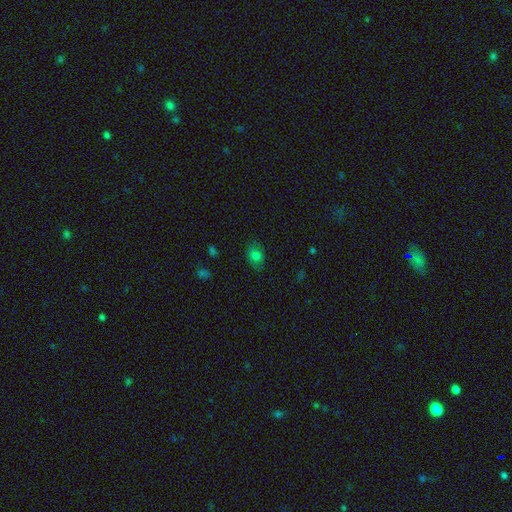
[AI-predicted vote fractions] Smooth or featured: smooth — 76% (star or artifact — 14%)
How rounded: in between — 71% (round — 28%)
Merging: none — 77% (minor disturbance — 17%)